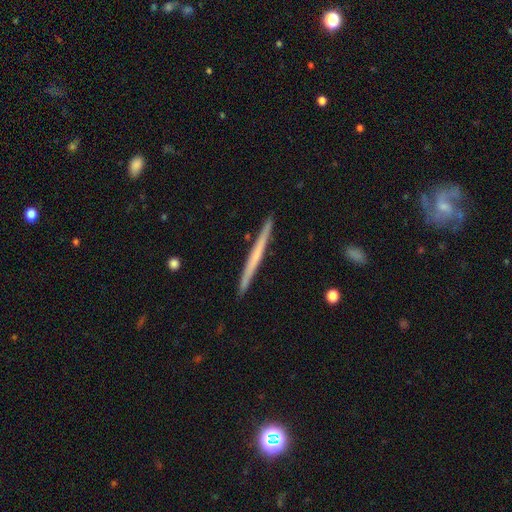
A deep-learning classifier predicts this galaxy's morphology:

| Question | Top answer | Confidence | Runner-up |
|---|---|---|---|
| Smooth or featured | featured or disk | 51% | smooth (44%) |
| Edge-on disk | yes | 98% | no (2%) |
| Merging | none | 92% | minor disturbance (6%) |